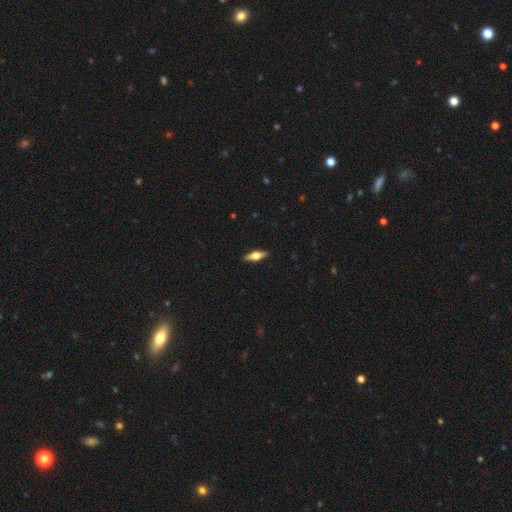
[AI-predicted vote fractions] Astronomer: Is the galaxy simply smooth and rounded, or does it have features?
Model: featured or disk — 52% (runner-up: smooth, 42%).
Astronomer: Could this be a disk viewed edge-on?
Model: yes — 94%.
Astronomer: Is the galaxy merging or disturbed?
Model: none — 90%.